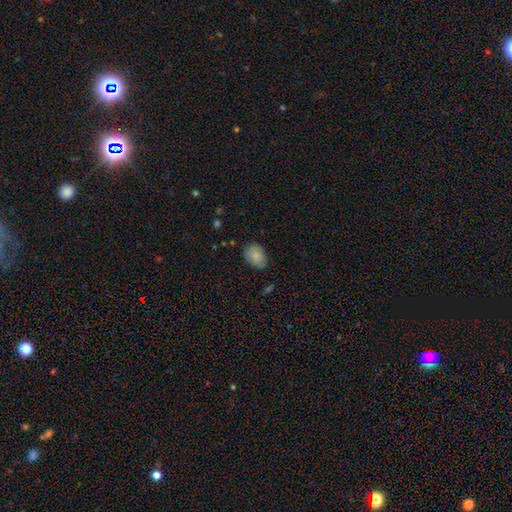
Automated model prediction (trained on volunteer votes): Smooth or featured? smooth (84%)
How rounded? in between (80%)
Merging? none (76%)